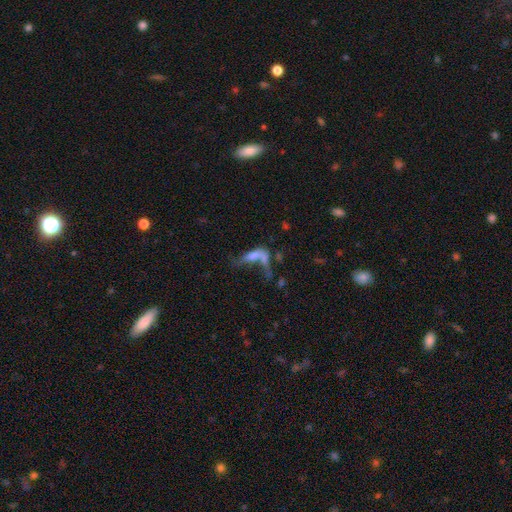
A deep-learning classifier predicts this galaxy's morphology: smooth_or_featured: smooth (p=0.51) [alt: featured or disk p=0.36]
how_rounded: in between (p=0.54) [alt: cigar-shaped p=0.40]
merging: merger (p=0.39) [alt: major disturbance p=0.33]